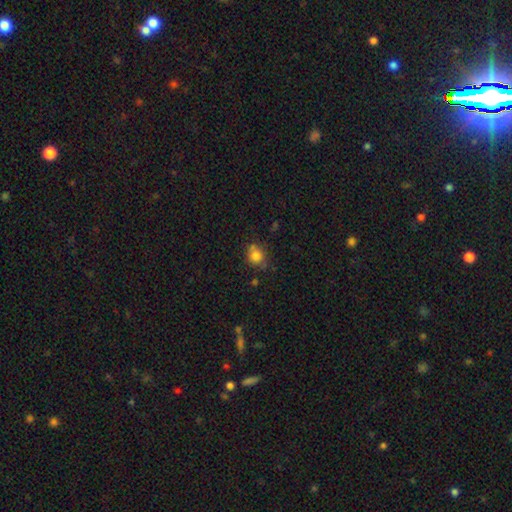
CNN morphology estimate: Overall: smooth (79%). How rounded: round (81%). Merging: none (62%).